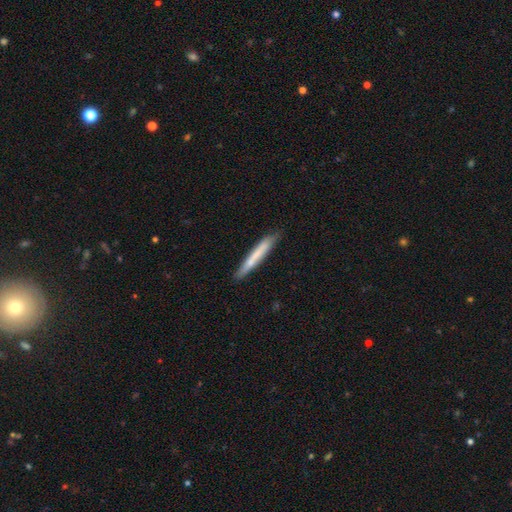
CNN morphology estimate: This appears to be a smooth galaxy with no disk features (66%) that is cigar-shaped (96%). Merging: none (85%).